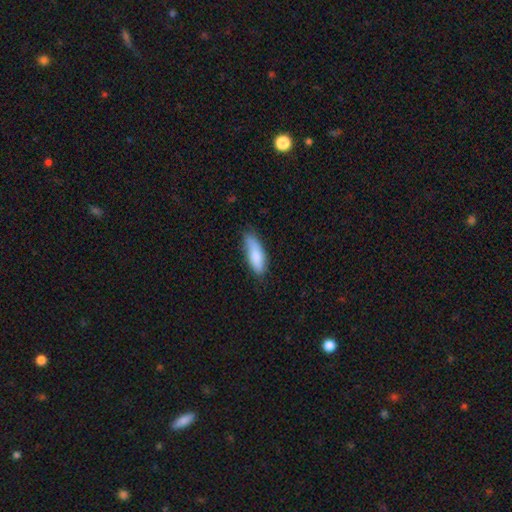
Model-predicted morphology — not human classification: Smooth or featured? smooth (82%)
How rounded? in between (55%)
Merging? none (62%)